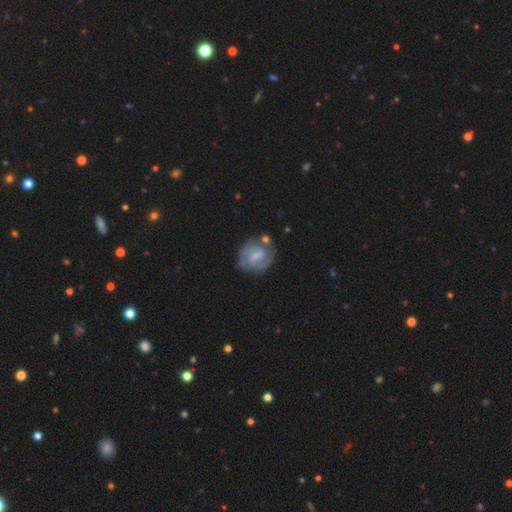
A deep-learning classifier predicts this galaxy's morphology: This is likely a featured or disk galaxy (75%). It is clearly not viewed edge-on (97%). Bar: possibly weak (58%). Spiral arm pattern: clearly yes (90%). Spiral arm count: likely 2 (73%). Spiral winding: marginally medium (43%, tied with tight). Central bulge: marginally small (42%). Merging: likely none (63%).